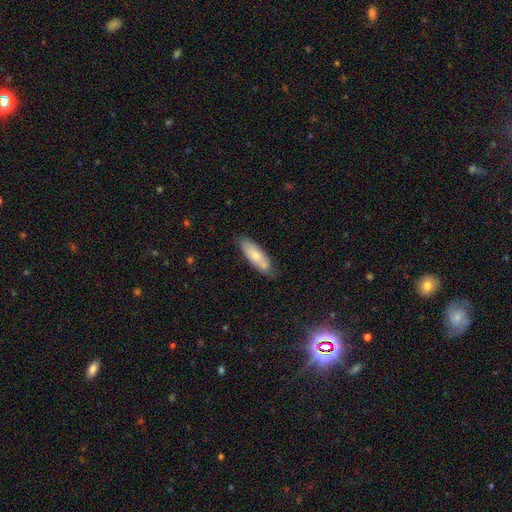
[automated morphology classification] Q: Smooth or featured?
A: smooth (70%); runner-up: featured or disk (24%)
Q: How rounded?
A: in between (58%); runner-up: cigar-shaped (40%)
Q: Merging?
A: none (71%); runner-up: minor disturbance (19%)